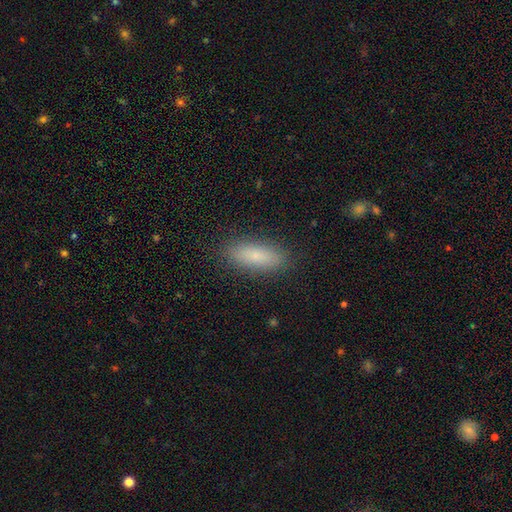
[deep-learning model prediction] Smooth or featured: smooth — 81% (featured or disk — 12%)
How rounded: in between — 61% (cigar-shaped — 36%)
Merging: none — 88% (minor disturbance — 9%)